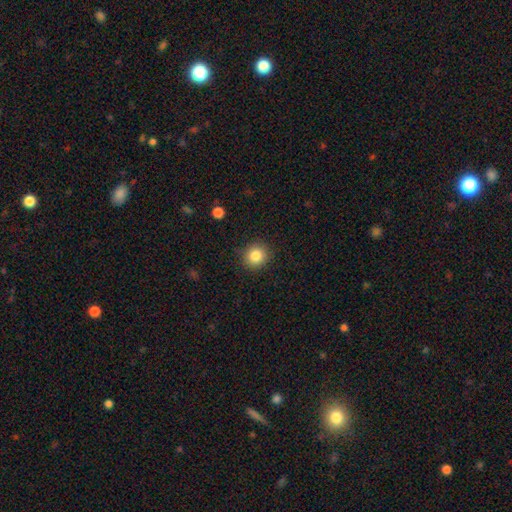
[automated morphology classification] This appears to be a smooth galaxy with no disk features (84%) that is round (89%). Merging: none (89%).